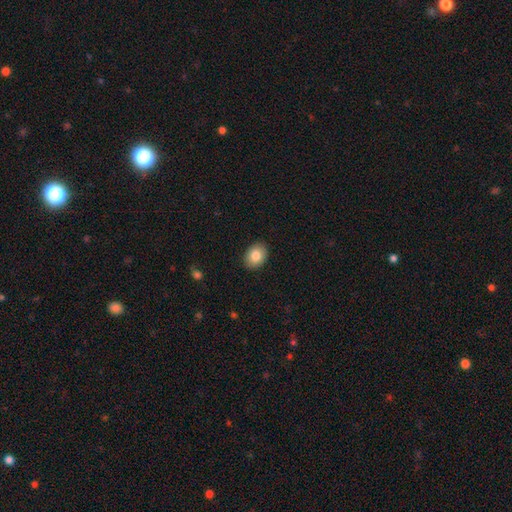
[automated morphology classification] type=smooth (83%); roundness=in between (73%); merging=none (90%).